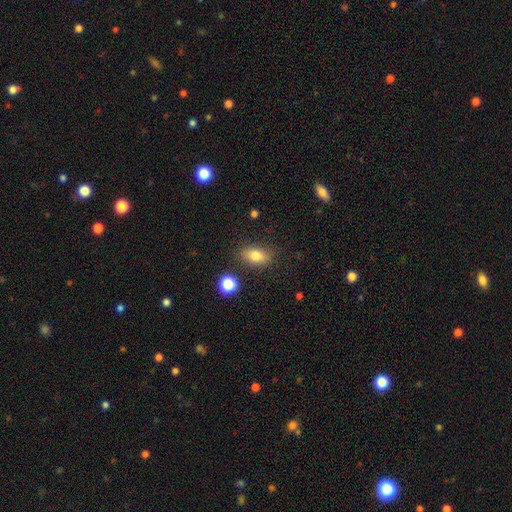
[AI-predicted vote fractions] Q: Smooth or featured?
A: smooth (79%); runner-up: featured or disk (12%)
Q: How rounded?
A: in between (83%); runner-up: round (11%)
Q: Merging?
A: none (82%); runner-up: minor disturbance (12%)